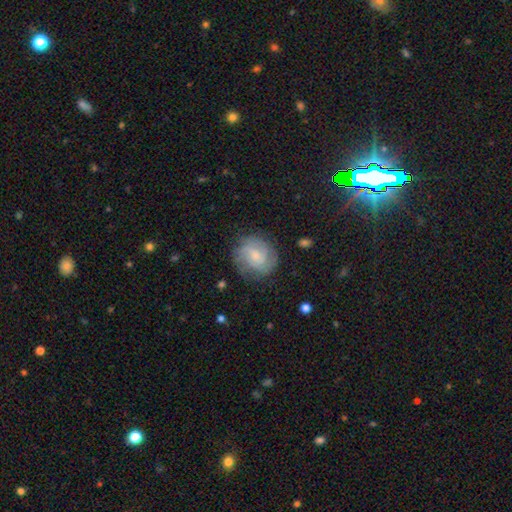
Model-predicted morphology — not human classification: Smooth or featured: featured or disk — 65% (smooth — 27%)
Edge-on disk: no — 98% (yes — 2%)
Bar: no — 54% (weak — 40%)
Spiral arms: yes — 92% (no — 8%)
Spiral winding: tight — 47% (medium — 40%)
Spiral arm count: 2 — 34% (can't tell — 28%)
Bulge size: small — 54% (moderate — 31%)
Merging: none — 77% (minor disturbance — 16%)